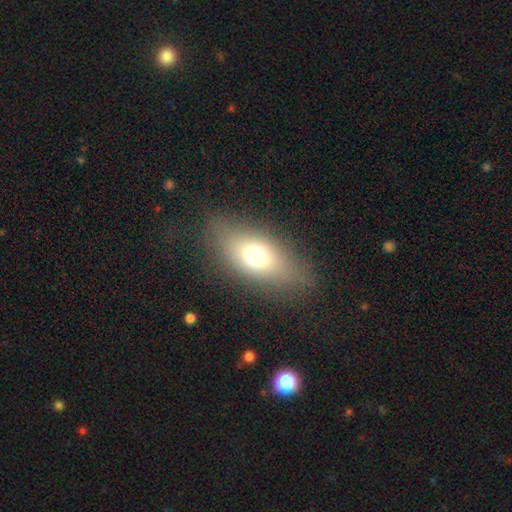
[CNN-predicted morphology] Smooth or featured: smooth — 67% (featured or disk — 21%)
How rounded: in between — 79% (cigar-shaped — 12%)
Merging: none — 80% (minor disturbance — 13%)